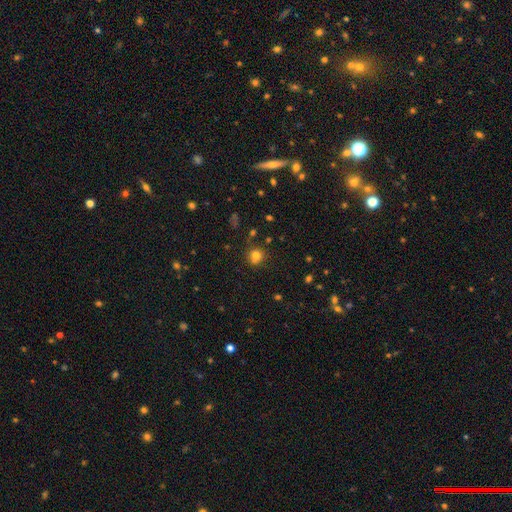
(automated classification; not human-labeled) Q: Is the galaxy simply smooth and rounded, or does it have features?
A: smooth — 76%.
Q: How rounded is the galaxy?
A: round — 89%.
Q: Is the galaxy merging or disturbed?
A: none — 74%.